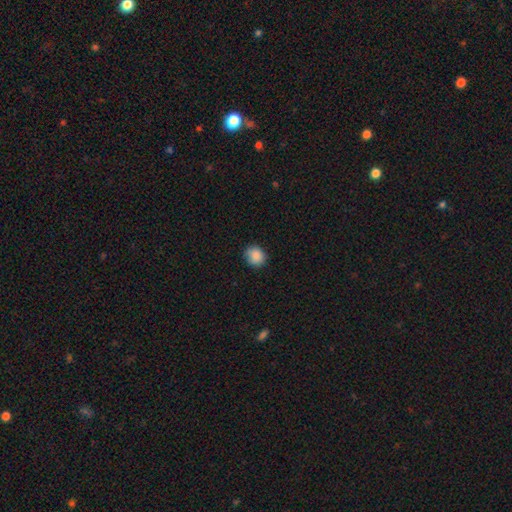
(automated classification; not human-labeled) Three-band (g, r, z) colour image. It shows a smooth galaxy with no disk features (88%) that is round (76%). Merging: none (84%).